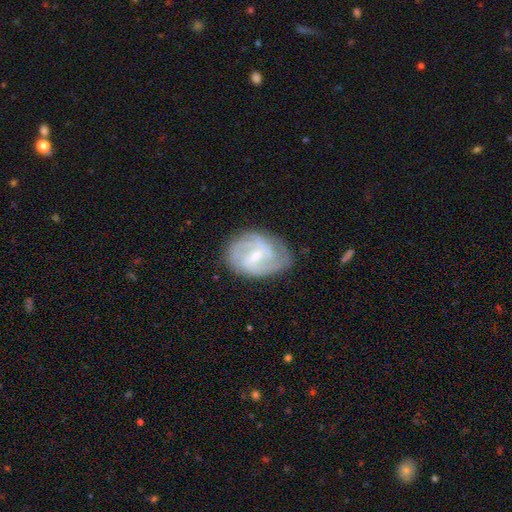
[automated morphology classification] type=featured or disk (80%); edge-on=no (97%); bar=weak (59%); spiral arms=yes (92%); winding=medium (44%); arm count=2 (41%); bulge=small (50%); merging=none (70%).